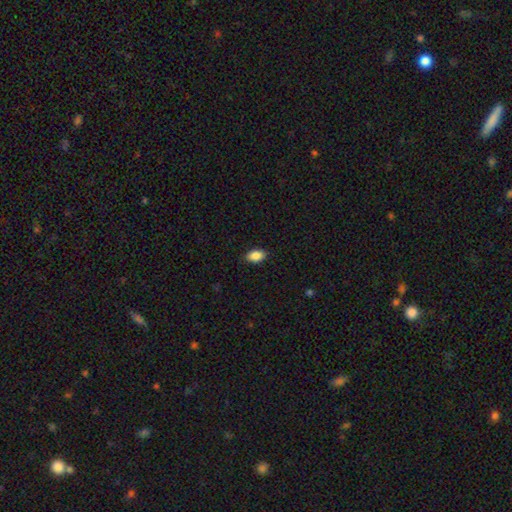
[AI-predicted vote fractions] Smooth or featured?
  - smooth: 88% *
  - star or artifact: 8%
  - featured or disk: 4%
How rounded?
  - in between: 89% *
  - round: 9%
  - cigar-shaped: 2%
Merging?
  - none: 89% *
  - minor disturbance: 8%
  - major disturbance: 2%
  - merger: 1%